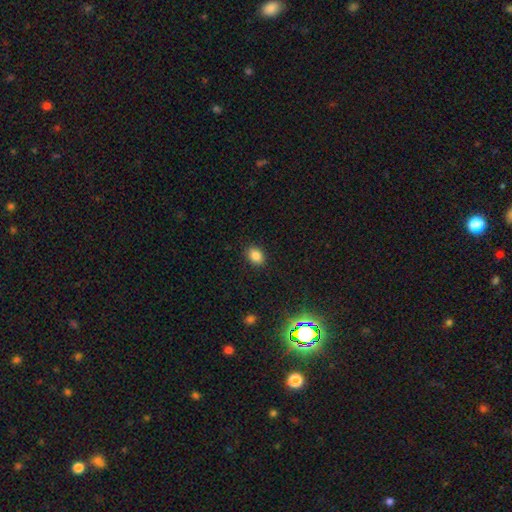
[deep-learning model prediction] The model was most divided on "how rounded": in between: 75%, round: 24%, cigar-shaped: 1%. More confident: merging — none (88%); smooth or featured — smooth (85%).